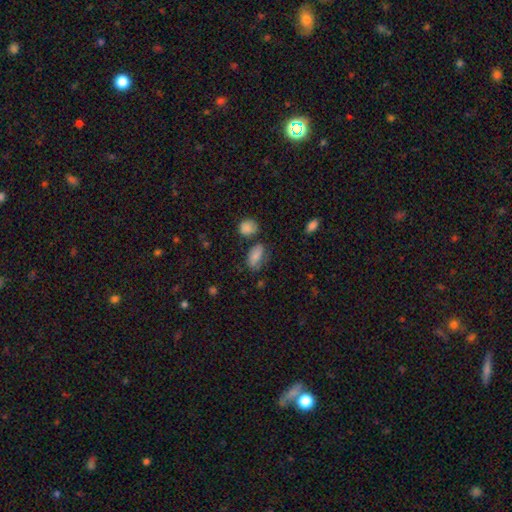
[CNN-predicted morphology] Smooth or featured: smooth — 75% (featured or disk — 15%)
How rounded: in between — 88% (round — 8%)
Merging: none — 52% (minor disturbance — 27%)